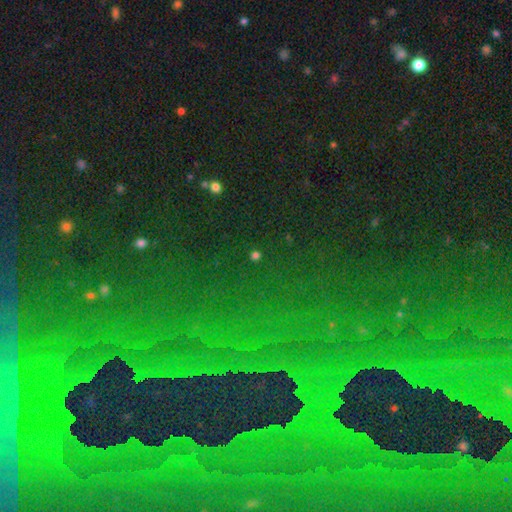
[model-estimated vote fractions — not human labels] The model was most divided on "smooth or featured": star or artifact: 63%, smooth: 28%, featured or disk: 9%.